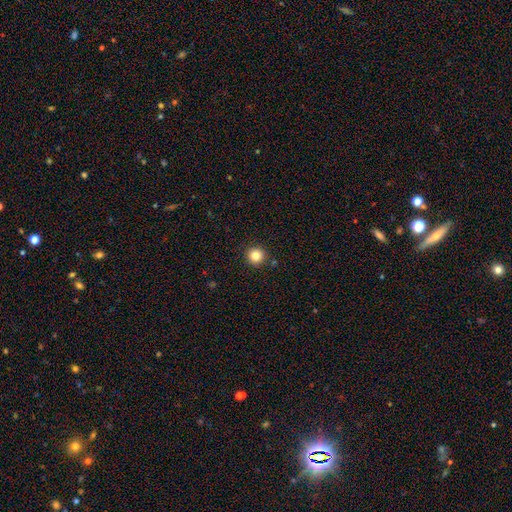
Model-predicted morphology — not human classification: Smooth or featured? smooth (83%)
How rounded? round (95%)
Merging? none (91%)